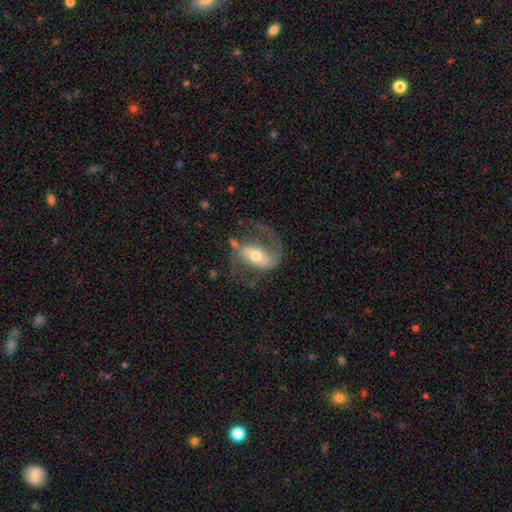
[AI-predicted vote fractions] A featured or disk galaxy (85%) with a strong bar (46%), 2 (90%) medium (50%) spiral arms (93%) and a moderate central bulge (68%). Merging: none (62%).